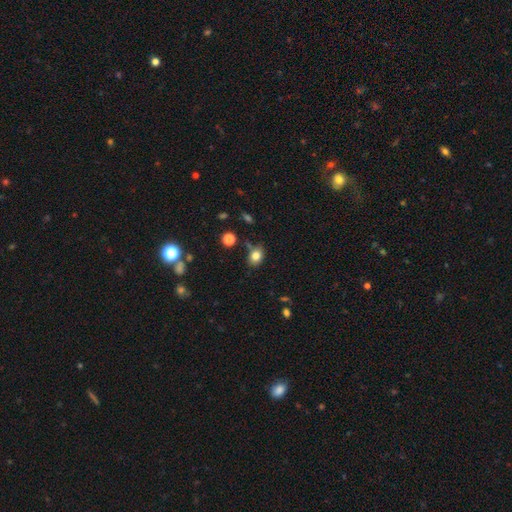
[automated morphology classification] type=smooth (79%); roundness=in between (65%); merging=none (72%).